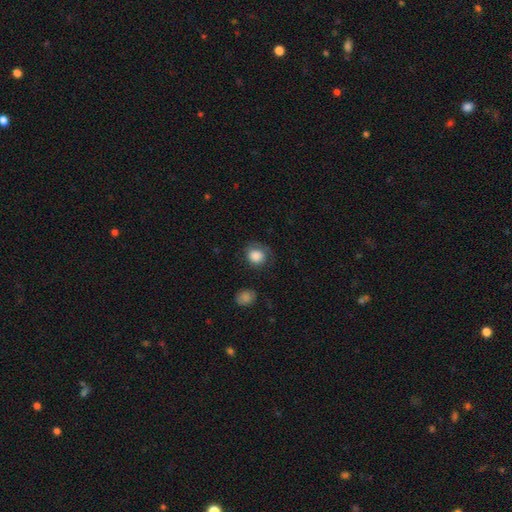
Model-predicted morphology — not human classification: A smooth galaxy with no disk features (84%) that is round (75%). Merging: none (64%).